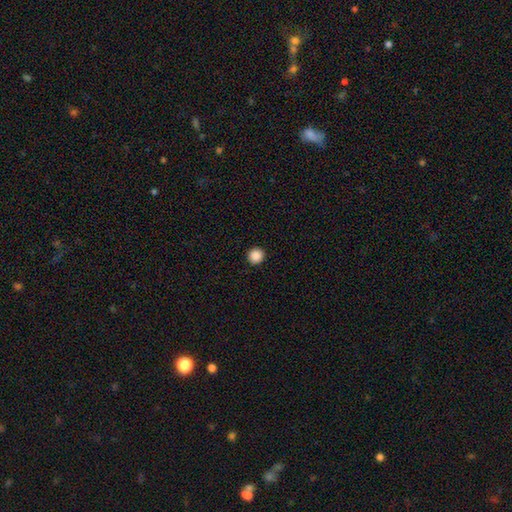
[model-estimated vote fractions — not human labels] Smooth or featured: smooth — 88% (star or artifact — 10%)
How rounded: round — 95% (in between — 4%)
Merging: none — 93% (minor disturbance — 4%)